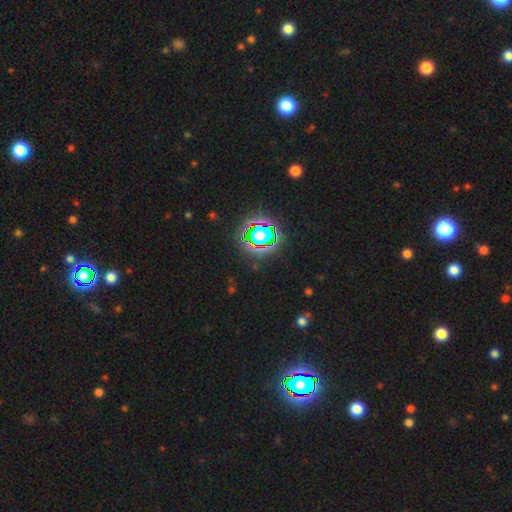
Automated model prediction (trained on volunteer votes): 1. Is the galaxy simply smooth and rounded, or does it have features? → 81% star or artifact, 12% smooth, 7% featured or disk.